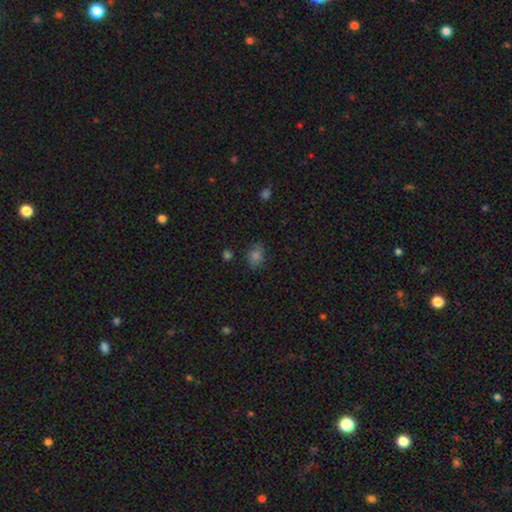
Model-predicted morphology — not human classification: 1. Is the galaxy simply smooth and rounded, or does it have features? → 74% smooth, 19% star or artifact, 8% featured or disk.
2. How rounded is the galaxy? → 54% in between, 45% round, 1% cigar-shaped.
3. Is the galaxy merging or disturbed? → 79% none, 15% minor disturbance, 3% major disturbance, 2% merger.